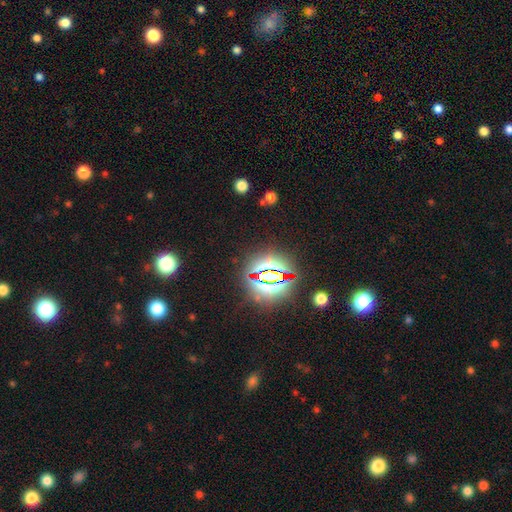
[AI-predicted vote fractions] A star or artifact, not a galaxy (79%).